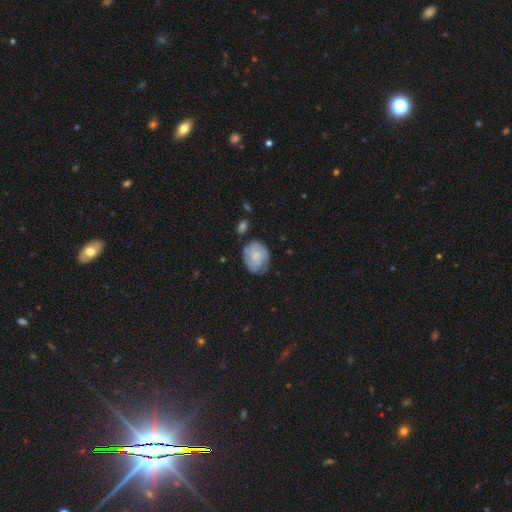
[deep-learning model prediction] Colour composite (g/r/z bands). It shows a smooth galaxy with no disk features (55%) that is in between round and cigar-shaped (50%). Merging: none (60%).